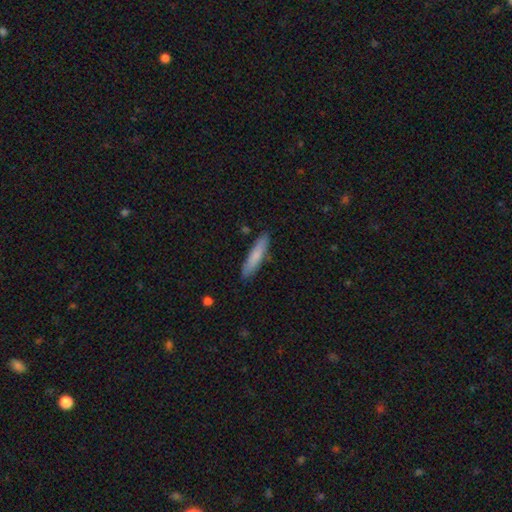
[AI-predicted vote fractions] A smooth galaxy with no disk features (78%) that is cigar-shaped (86%). Merging: none (87%).